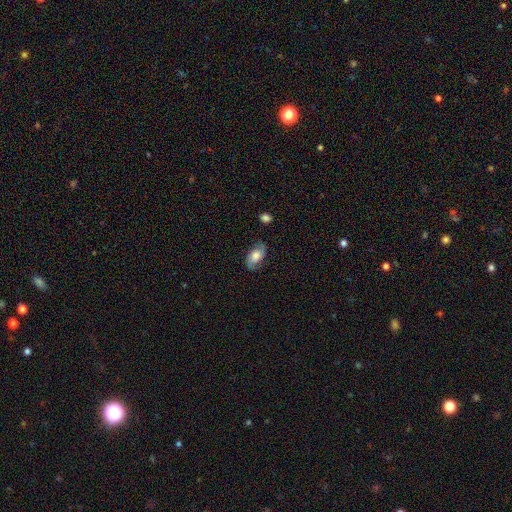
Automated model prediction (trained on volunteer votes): A featured or disk galaxy (46%, tied with smooth). Merging: none (74%).